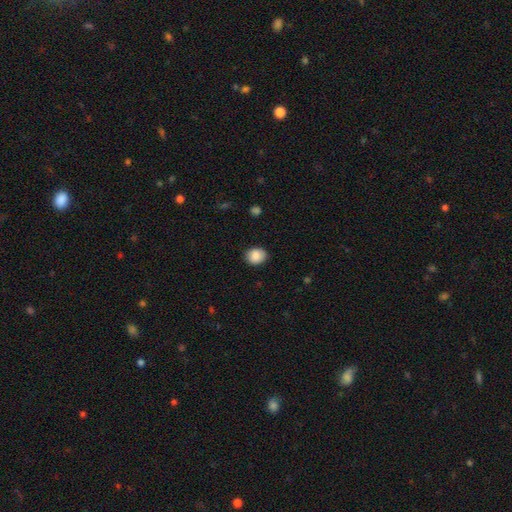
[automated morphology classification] Q: Smooth or featured?
A: smooth (87%); runner-up: star or artifact (8%)
Q: How rounded?
A: round (54%); runner-up: in between (45%)
Q: Merging?
A: none (86%); runner-up: minor disturbance (11%)